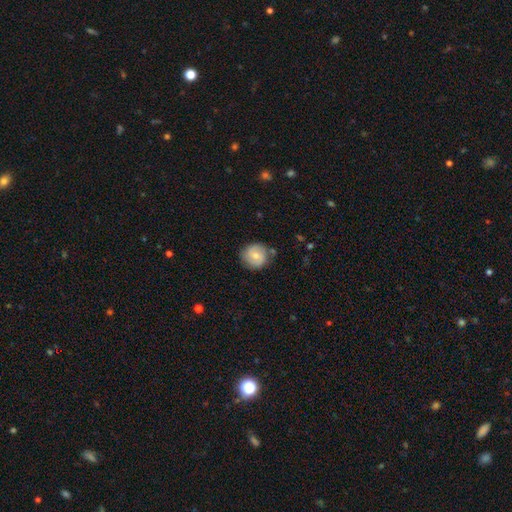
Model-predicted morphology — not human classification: A smooth galaxy with no disk features (51%) that is round (89%).

Vote fractions:
- Smooth or featured? smooth: 51% / featured or disk: 42% / star or artifact: 7%
- How rounded? round: 89% / in between: 10% / cigar-shaped: 1%
- Merging? none: 78% / minor disturbance: 15% / major disturbance: 4% / merger: 3%